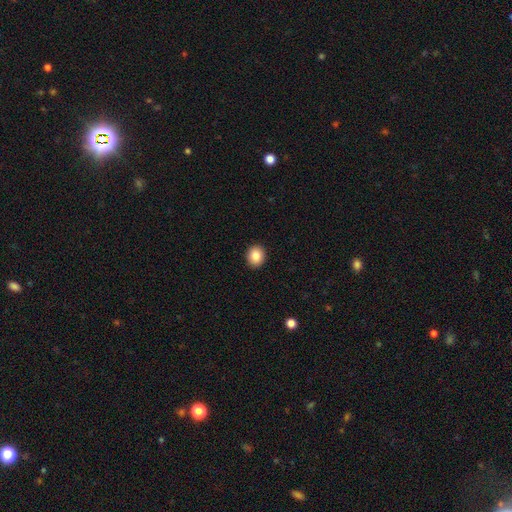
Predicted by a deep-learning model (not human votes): This appears to be a smooth galaxy with no disk features (86%) that is round (69%). Merging: none (92%).